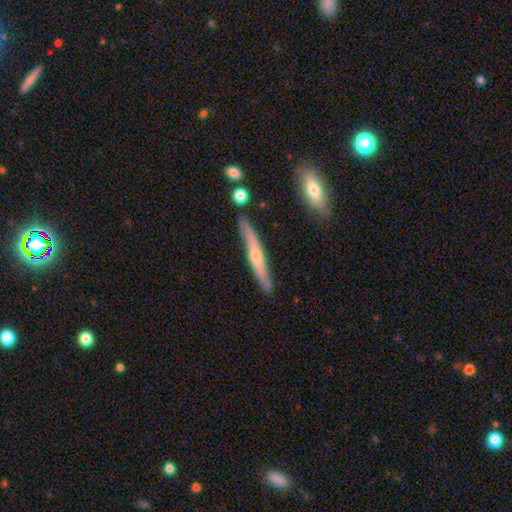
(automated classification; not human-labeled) Morphology: type=featured or disk (56%); edge-on=yes (92%); edge-on bulge=rounded (74%); merging=none (82%).